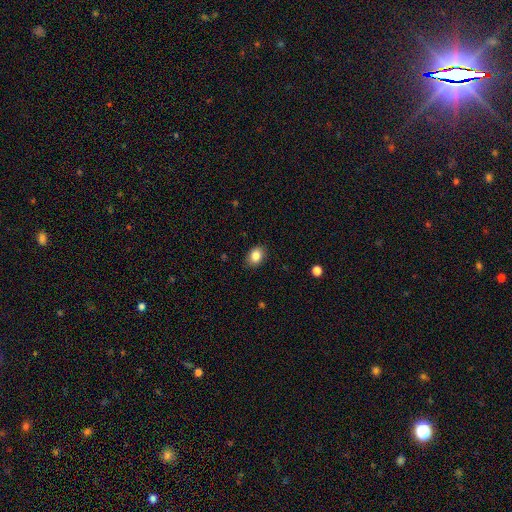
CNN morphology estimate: A smooth galaxy with no disk features (86%) that is in between round and cigar-shaped (72%). Merging: none (86%).